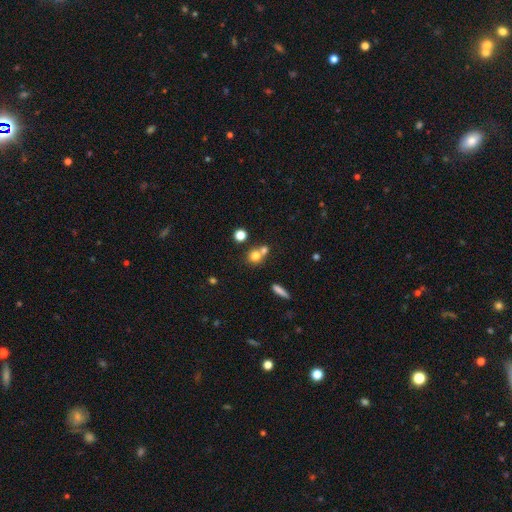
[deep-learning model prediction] This appears to be a smooth galaxy with no disk features (73%) that is round (83%). Merging: none (46%).